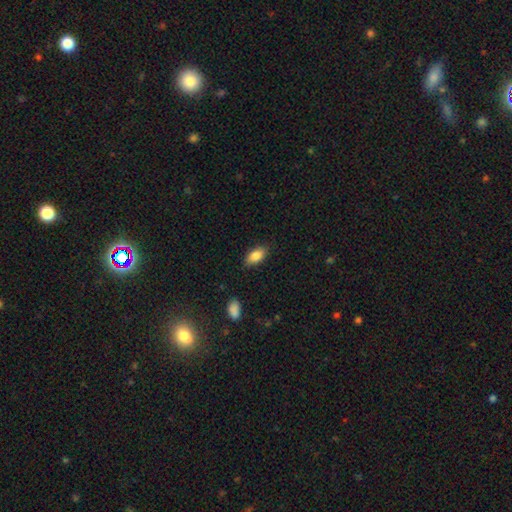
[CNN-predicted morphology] Smooth or featured?
  - smooth: 86% *
  - featured or disk: 7%
  - star or artifact: 7%
How rounded?
  - in between: 90% *
  - cigar-shaped: 7%
  - round: 3%
Merging?
  - none: 85% *
  - minor disturbance: 11%
  - major disturbance: 3%
  - merger: 1%